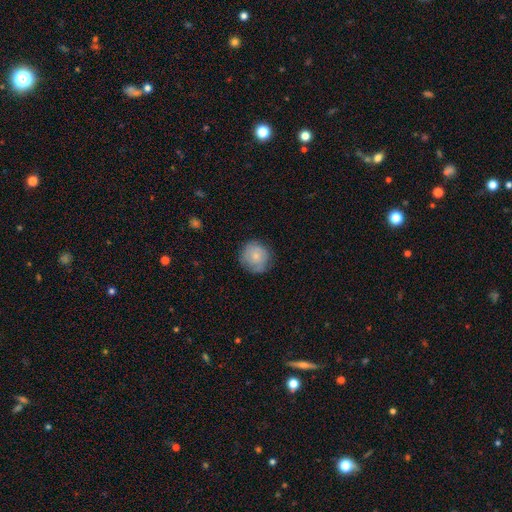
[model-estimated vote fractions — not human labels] smooth-or-featured: smooth: 66% | featured or disk: 27% | star or artifact: 7%
  how-rounded: round: 91% | in between: 8% | cigar-shaped: 1%
  merging: none: 79% | minor disturbance: 16% | major disturbance: 4% | merger: 1%